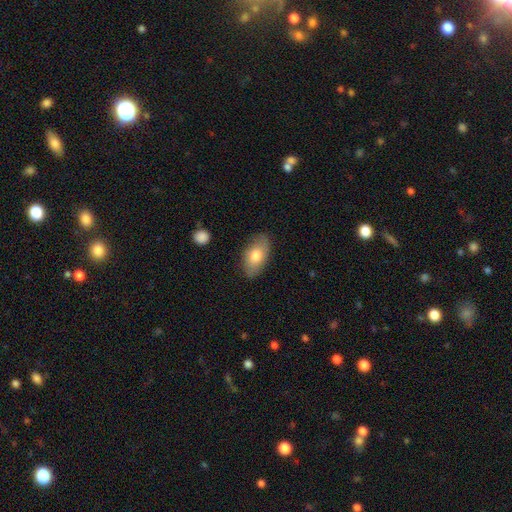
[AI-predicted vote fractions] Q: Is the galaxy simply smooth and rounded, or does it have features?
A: smooth — 73%.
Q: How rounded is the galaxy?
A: in between — 93%.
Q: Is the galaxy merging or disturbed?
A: none — 82%.